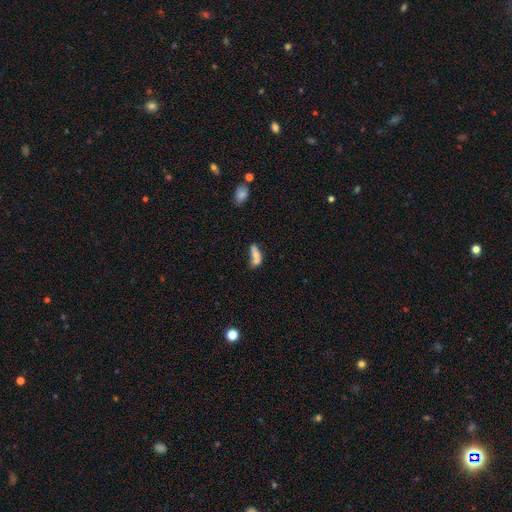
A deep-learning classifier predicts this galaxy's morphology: Q: Smooth or featured?
A: smooth (66%); runner-up: featured or disk (25%)
Q: How rounded?
A: in between (70%); runner-up: cigar-shaped (22%)
Q: Merging?
A: merger (55%); runner-up: none (23%)